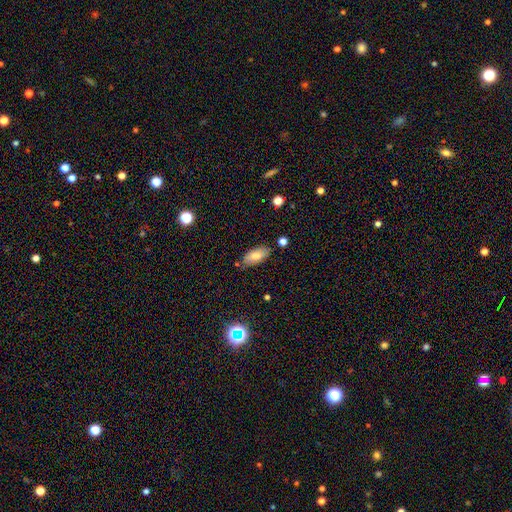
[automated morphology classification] Smooth or featured?
  - smooth: 79% *
  - featured or disk: 13%
  - star or artifact: 8%
How rounded?
  - in between: 89% *
  - cigar-shaped: 9%
  - round: 2%
Merging?
  - none: 79% *
  - minor disturbance: 15%
  - merger: 3%
  - major disturbance: 3%